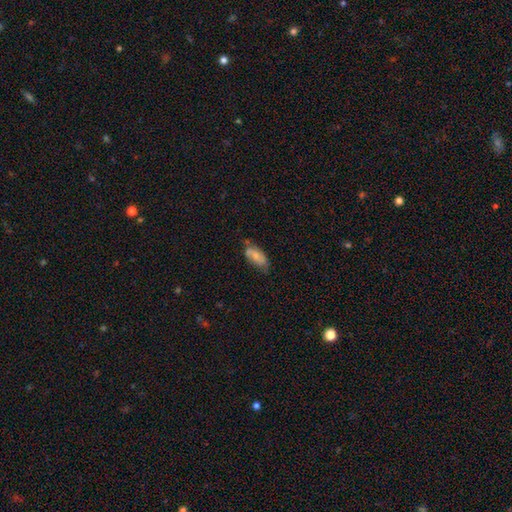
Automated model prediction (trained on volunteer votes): Overall: smooth (68%). How rounded: in between (88%). Merging: none (52%; minor disturbance 33%).